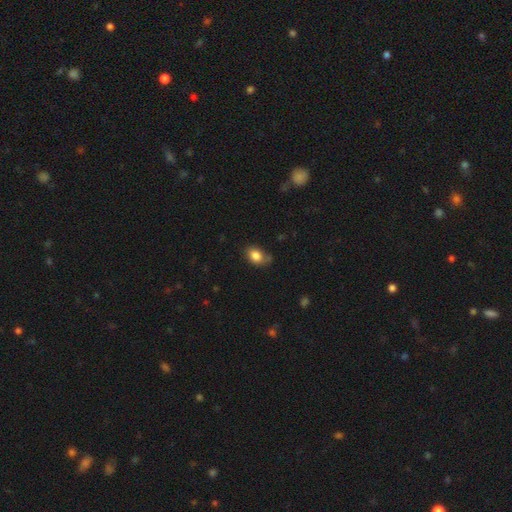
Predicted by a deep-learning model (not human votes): Smooth or featured: smooth — 84% (star or artifact — 9%)
How rounded: in between — 69% (round — 30%)
Merging: none — 66% (minor disturbance — 25%)